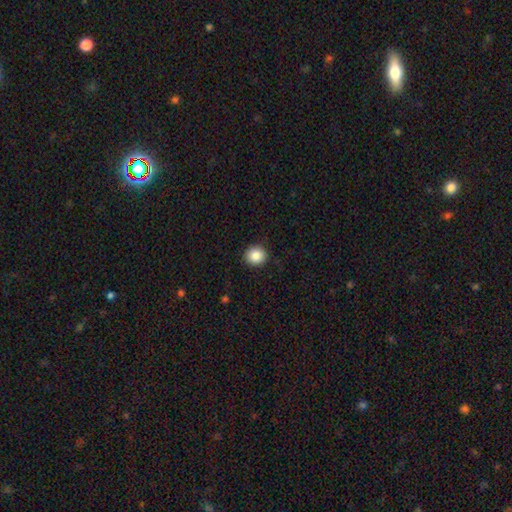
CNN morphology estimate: This appears to be a smooth galaxy with no disk features (87%) that is round (88%). Merging: none (91%).